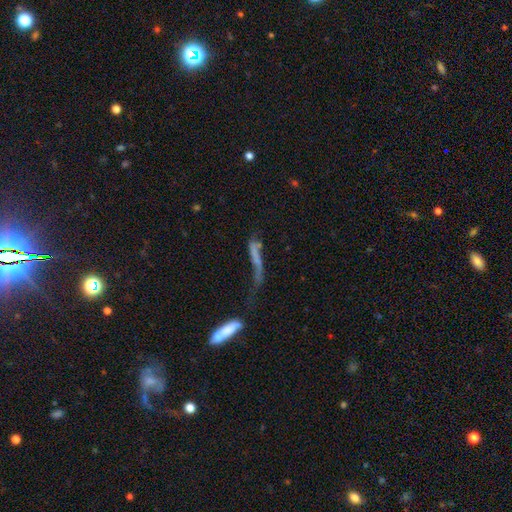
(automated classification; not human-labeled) A featured or disk galaxy (44%). Merging: major disturbance (40%).